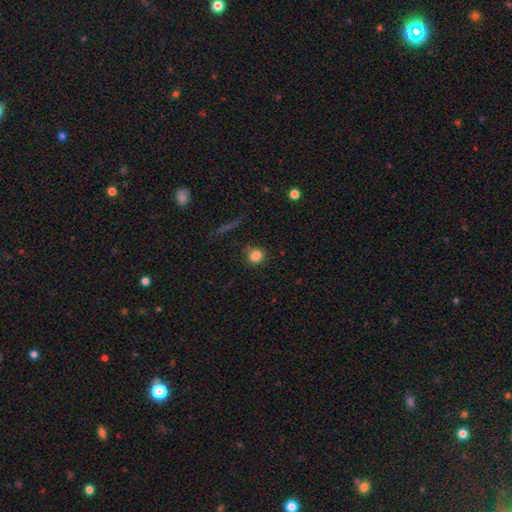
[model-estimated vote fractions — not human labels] smooth-or-featured: smooth: 84% | star or artifact: 12% | featured or disk: 5%
  how-rounded: round: 89% | in between: 10% | cigar-shaped: 1%
  merging: none: 80% | minor disturbance: 13% | major disturbance: 4% | merger: 2%